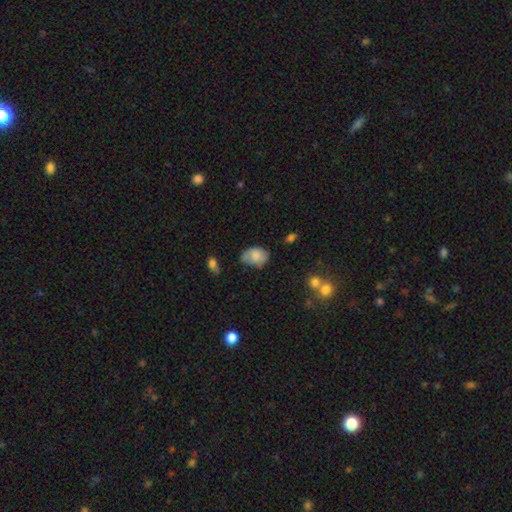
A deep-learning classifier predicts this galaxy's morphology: Overall: smooth (77%). How rounded: in between (76%). Merging: none (51%; minor disturbance 35%).